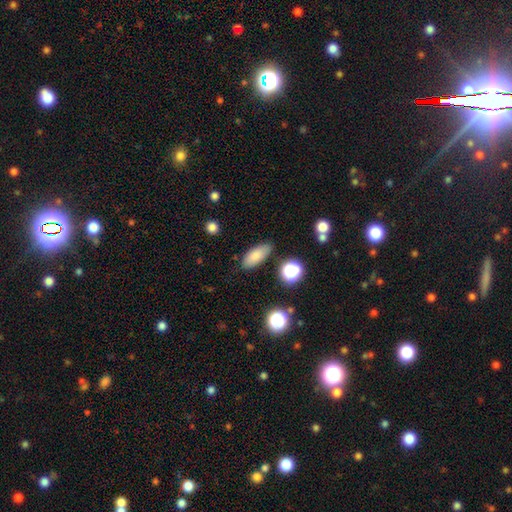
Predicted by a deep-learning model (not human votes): smooth-or-featured: smooth: 81% | featured or disk: 10% | star or artifact: 9%
  how-rounded: in between: 79% | cigar-shaped: 17% | round: 4%
  merging: none: 82% | minor disturbance: 12% | major disturbance: 3% | merger: 3%